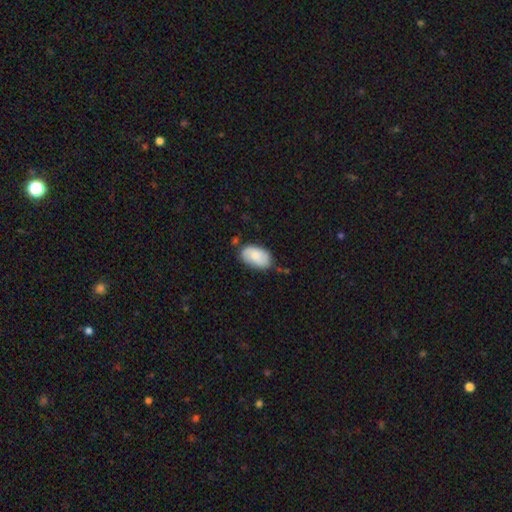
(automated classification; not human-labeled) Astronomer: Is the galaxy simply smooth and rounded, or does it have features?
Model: smooth — 77%.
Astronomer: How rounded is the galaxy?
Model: in between — 94%.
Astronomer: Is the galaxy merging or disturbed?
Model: none — 70%.